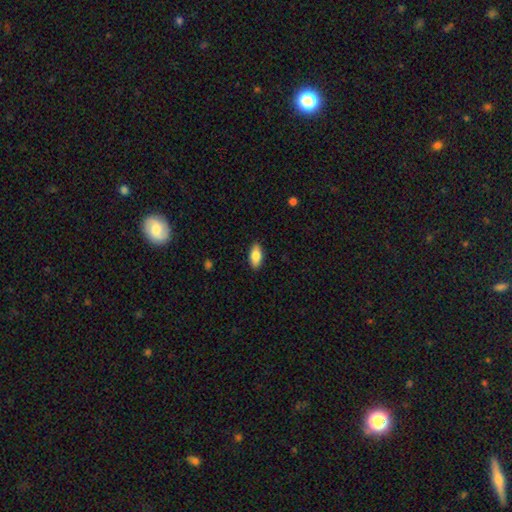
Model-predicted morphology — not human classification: smooth 82%, featured or disk 12%, star or artifact 6%. Down the decision tree: how rounded — in between (89%); merging — none (89%).